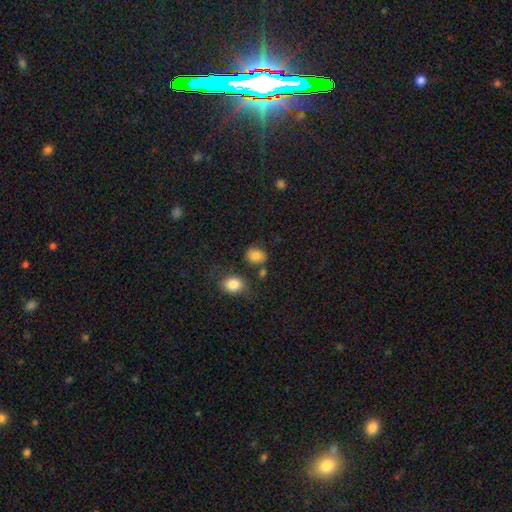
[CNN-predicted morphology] A smooth galaxy with no disk features (82%) that is round (56%). Merging: none (74%).